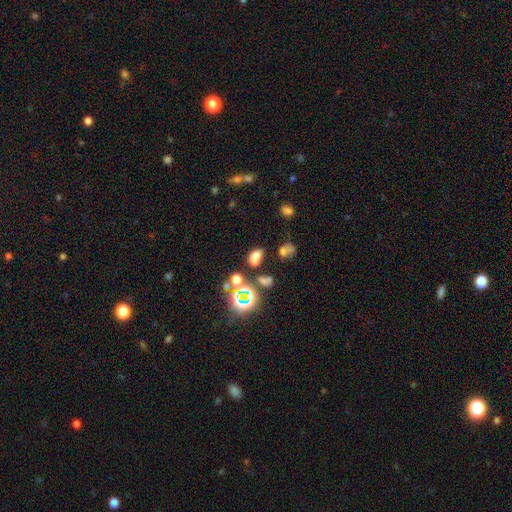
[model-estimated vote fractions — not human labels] This appears to be a smooth galaxy with no disk features (57%) that is in between round and cigar-shaped (69%). Merging: none (45%).